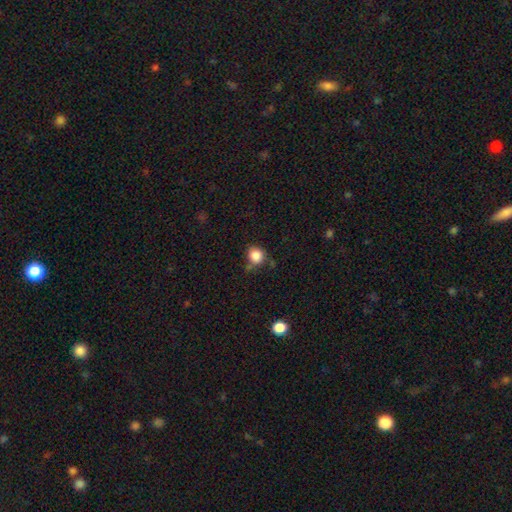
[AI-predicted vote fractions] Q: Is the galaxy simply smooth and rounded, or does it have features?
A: smooth — 85%.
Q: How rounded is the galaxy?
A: round — 84%.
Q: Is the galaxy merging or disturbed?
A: none — 69%.